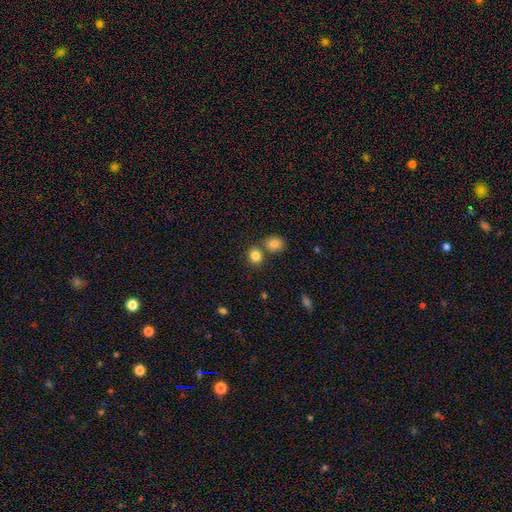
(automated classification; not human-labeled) Smooth or featured? smooth (83%)
How rounded? round (81%)
Merging? none (65%)